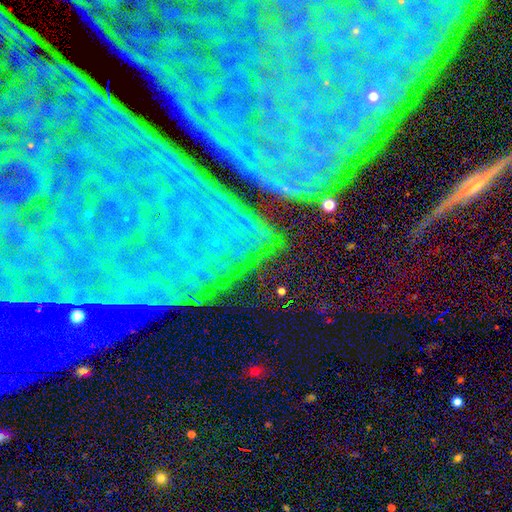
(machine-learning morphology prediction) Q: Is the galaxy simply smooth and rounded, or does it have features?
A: star or artifact — 74%.